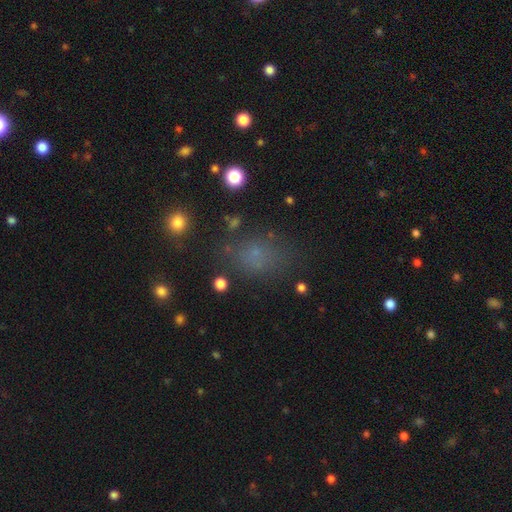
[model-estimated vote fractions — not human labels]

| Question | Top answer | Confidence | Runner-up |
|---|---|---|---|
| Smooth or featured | smooth | 63% | star or artifact (25%) |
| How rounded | in between | 66% | round (32%) |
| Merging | none | 67% | minor disturbance (18%) |